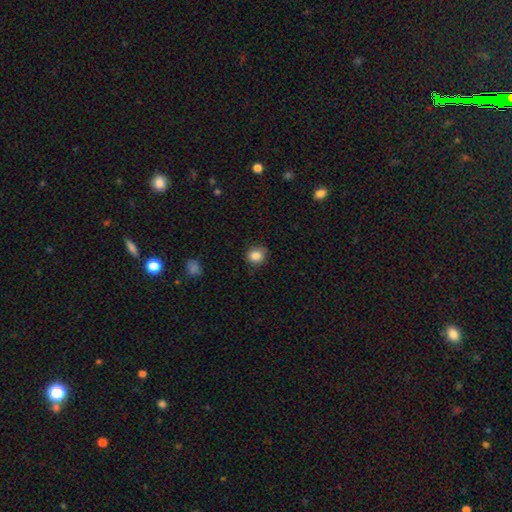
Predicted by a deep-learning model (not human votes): This appears to be a smooth galaxy with no disk features (84%) that is round (84%). Merging: none (82%).